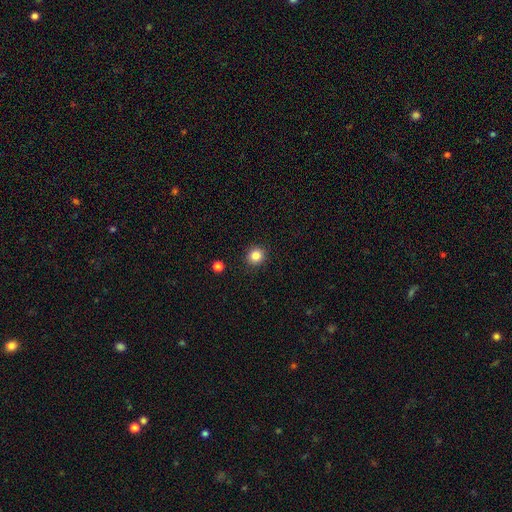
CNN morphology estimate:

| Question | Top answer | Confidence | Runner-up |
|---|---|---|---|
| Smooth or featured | smooth | 85% | star or artifact (11%) |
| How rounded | round | 90% | in between (9%) |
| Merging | none | 91% | minor disturbance (6%) |